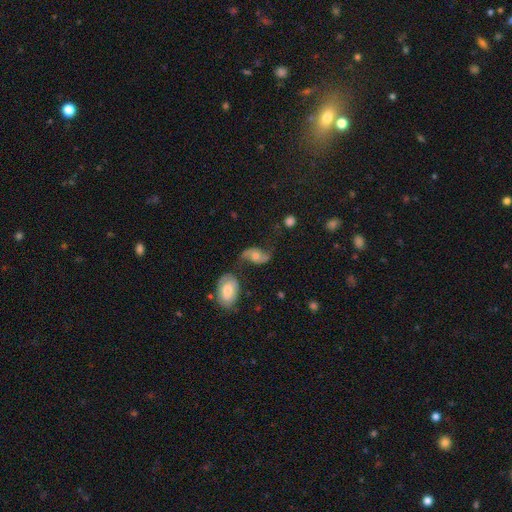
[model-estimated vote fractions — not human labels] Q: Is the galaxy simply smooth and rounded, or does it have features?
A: featured or disk — 75%.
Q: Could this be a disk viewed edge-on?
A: no — 95%.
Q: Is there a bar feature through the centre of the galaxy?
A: no — 62%.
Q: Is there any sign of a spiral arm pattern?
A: yes — 91%.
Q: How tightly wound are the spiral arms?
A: loose — 78%.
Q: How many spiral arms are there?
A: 2 — 91%.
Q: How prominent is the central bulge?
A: moderate — 59%.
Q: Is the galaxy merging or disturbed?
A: none — 54%.